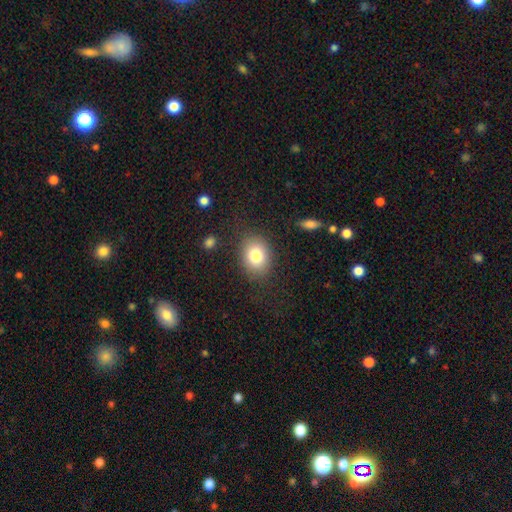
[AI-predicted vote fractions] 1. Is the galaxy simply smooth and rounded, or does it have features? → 79% smooth, 11% featured or disk, 10% star or artifact.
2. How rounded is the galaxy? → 55% in between, 44% round, 1% cigar-shaped.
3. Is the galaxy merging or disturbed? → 82% none, 12% minor disturbance, 5% major disturbance, 2% merger.